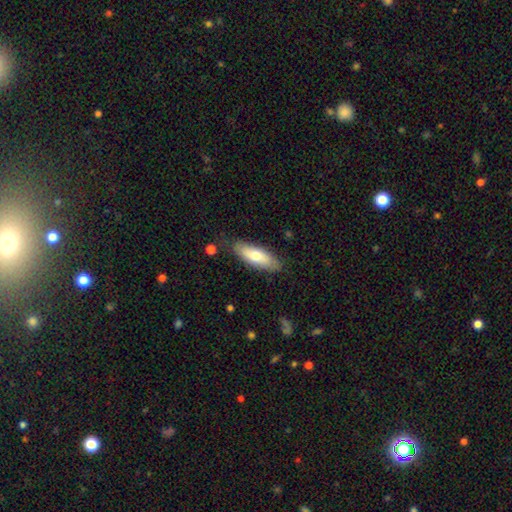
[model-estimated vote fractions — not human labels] Smooth or featured: smooth — 70% (featured or disk — 25%)
How rounded: in between — 65% (cigar-shaped — 33%)
Merging: none — 81% (minor disturbance — 14%)